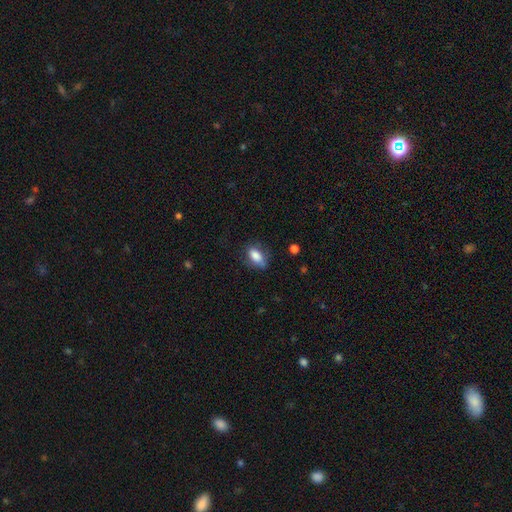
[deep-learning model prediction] smooth_or_featured: smooth (p=0.82) [alt: featured or disk p=0.10]
how_rounded: in between (p=0.86) [alt: round p=0.07]
merging: none (p=0.64) [alt: minor disturbance p=0.26]